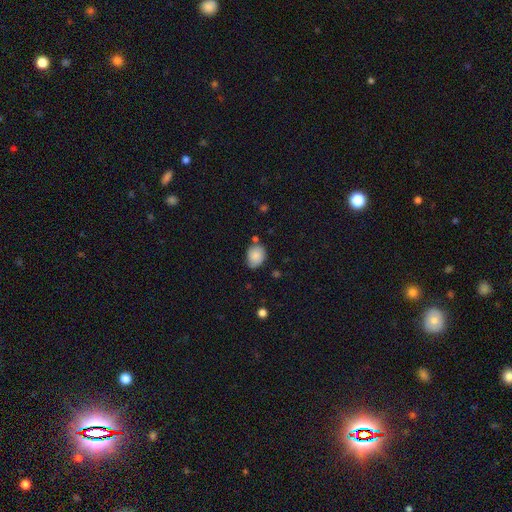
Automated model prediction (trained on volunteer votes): smooth-or-featured: smooth: 86% | star or artifact: 8% | featured or disk: 6%
  how-rounded: in between: 53% | round: 46% | cigar-shaped: 1%
  merging: none: 68% | minor disturbance: 22% | merger: 7% | major disturbance: 4%